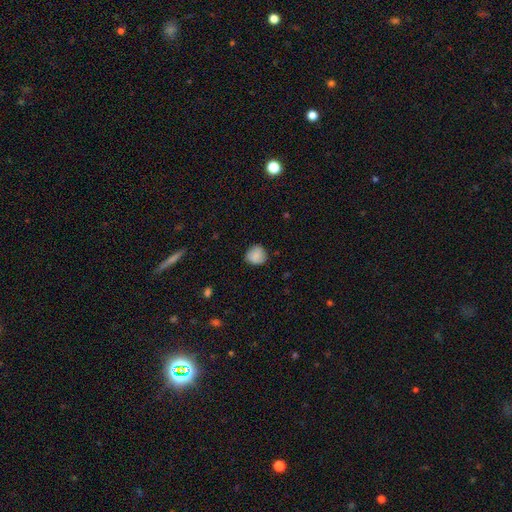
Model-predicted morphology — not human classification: The model was most divided on "merging": none: 76%, minor disturbance: 18%, major disturbance: 4%, merger: 1%. More confident: smooth or featured — smooth (83%); how rounded — round (82%).